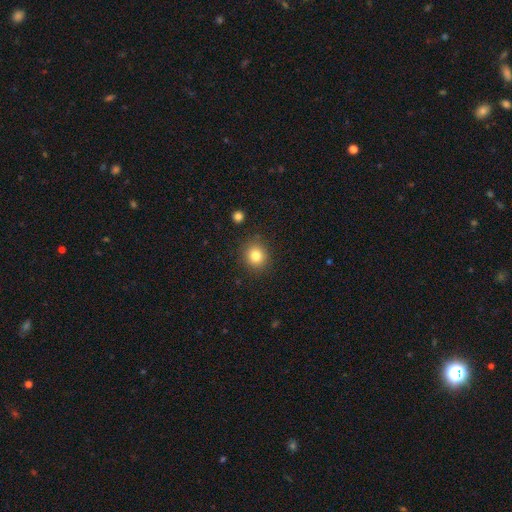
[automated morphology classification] smooth-or-featured: smooth: 82% | star or artifact: 12% | featured or disk: 7%
  how-rounded: round: 84% | in between: 15% | cigar-shaped: 1%
  merging: none: 88% | minor disturbance: 8% | major disturbance: 2% | merger: 2%